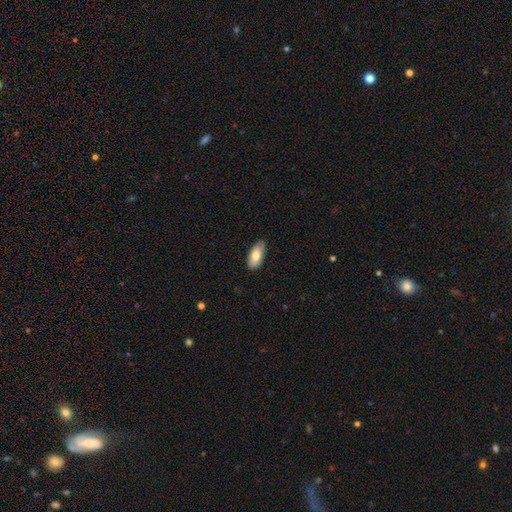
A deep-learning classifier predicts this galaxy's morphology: A smooth galaxy with no disk features (76%) that is in between round and cigar-shaped (89%). Merging: none (82%).